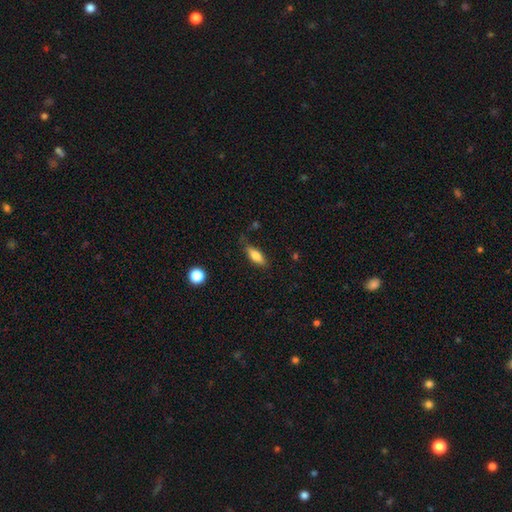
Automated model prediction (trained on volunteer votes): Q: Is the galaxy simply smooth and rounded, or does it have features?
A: smooth — 76%.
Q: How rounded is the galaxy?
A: in between — 65%.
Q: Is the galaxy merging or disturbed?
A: none — 72%.